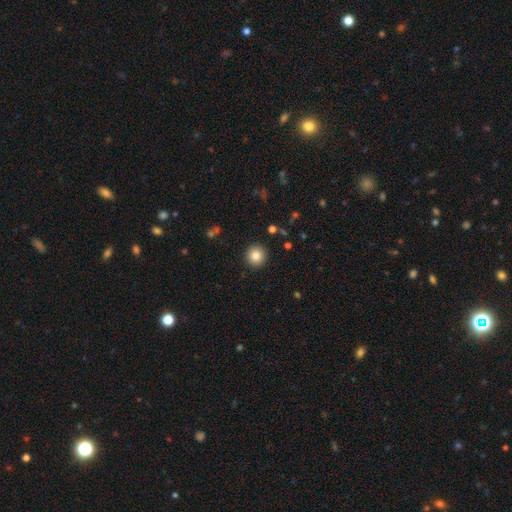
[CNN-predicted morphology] smooth_or_featured: smooth (p=0.83) [alt: star or artifact p=0.10]
how_rounded: round (p=0.94) [alt: in between p=0.05]
merging: none (p=0.92) [alt: minor disturbance p=0.05]